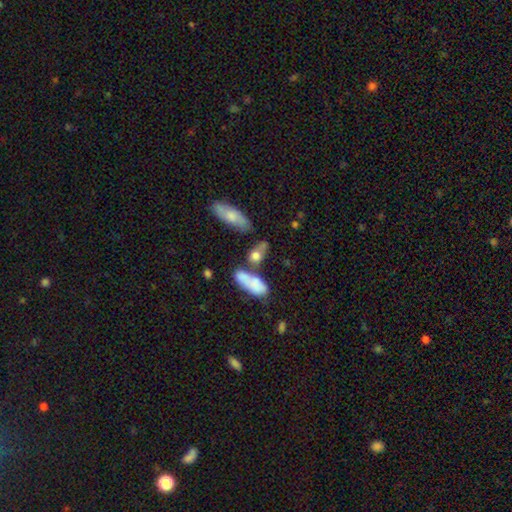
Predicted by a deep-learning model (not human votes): smooth-or-featured: smooth: 69% | featured or disk: 21% | star or artifact: 10%
  how-rounded: in between: 68% | round: 17% | cigar-shaped: 15%
  merging: none: 41% | merger: 31% | minor disturbance: 18% | major disturbance: 10%